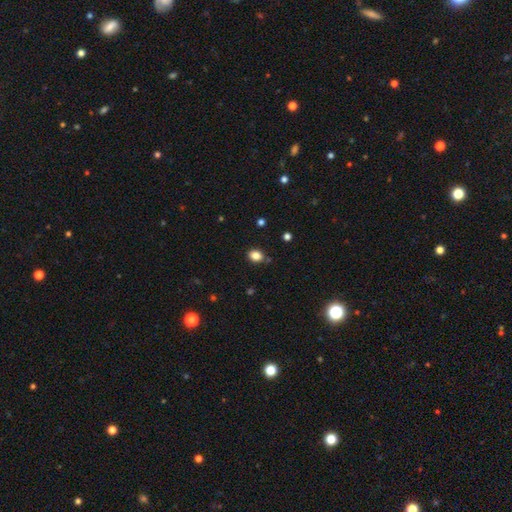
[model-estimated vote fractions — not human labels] Q: Smooth or featured?
A: smooth (84%); runner-up: star or artifact (11%)
Q: How rounded?
A: in between (60%); runner-up: round (39%)
Q: Merging?
A: none (82%); runner-up: minor disturbance (12%)